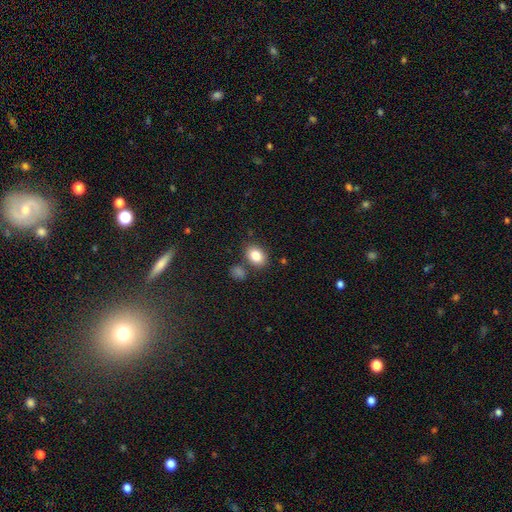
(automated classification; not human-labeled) Q: Smooth or featured?
A: smooth (84%); runner-up: star or artifact (9%)
Q: How rounded?
A: in between (69%); runner-up: round (30%)
Q: Merging?
A: none (76%); runner-up: minor disturbance (11%)